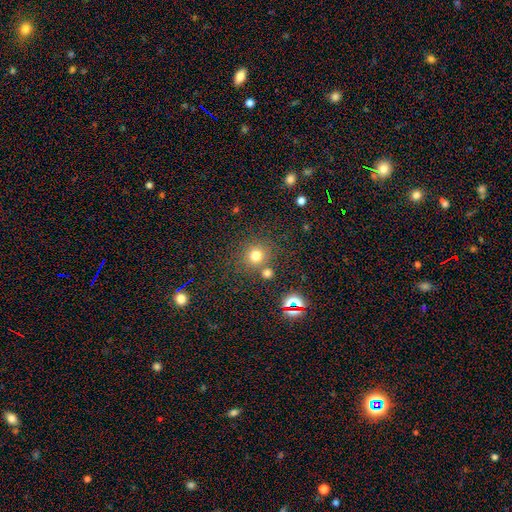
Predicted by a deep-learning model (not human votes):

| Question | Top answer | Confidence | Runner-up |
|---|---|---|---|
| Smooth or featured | smooth | 73% | star or artifact (20%) |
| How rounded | round | 88% | in between (11%) |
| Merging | none | 72% | merger (14%) |